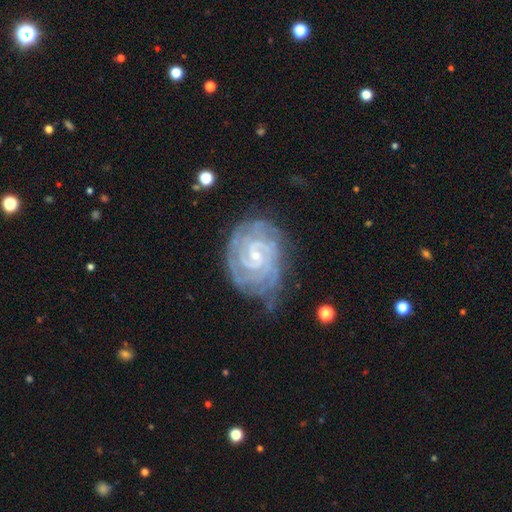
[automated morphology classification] Smooth or featured? Predicted: featured or disk (p=0.90). Edge-on disk? Predicted: no (p=0.98). Bar? Predicted: weak (p=0.46). Spiral arms? Predicted: yes (p=0.98). Spiral winding? Predicted: tight (p=0.82). Spiral arm count? Predicted: 2 (p=0.29). Bulge size? Predicted: small (p=0.77). Merging? Predicted: none (p=0.70).